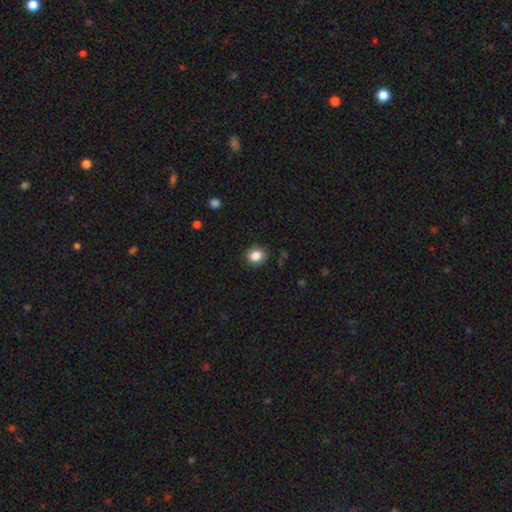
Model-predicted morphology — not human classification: Smooth or featured? smooth (85%)
How rounded? round (71%)
Merging? none (86%)